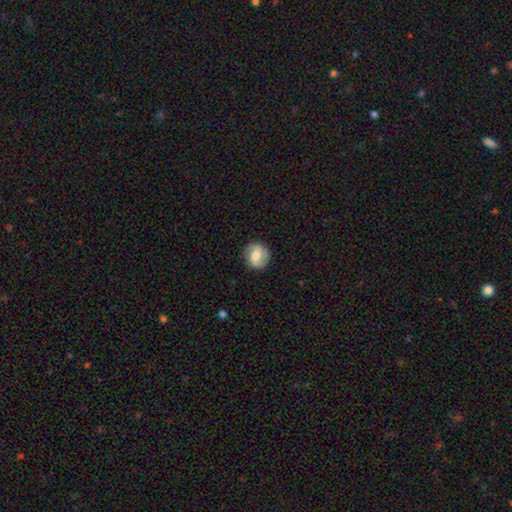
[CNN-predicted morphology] Smooth or featured?
  - featured or disk: 48% *
  - smooth: 45%
  - star or artifact: 7%
Merging?
  - none: 86% *
  - minor disturbance: 10%
  - major disturbance: 3%
  - merger: 1%